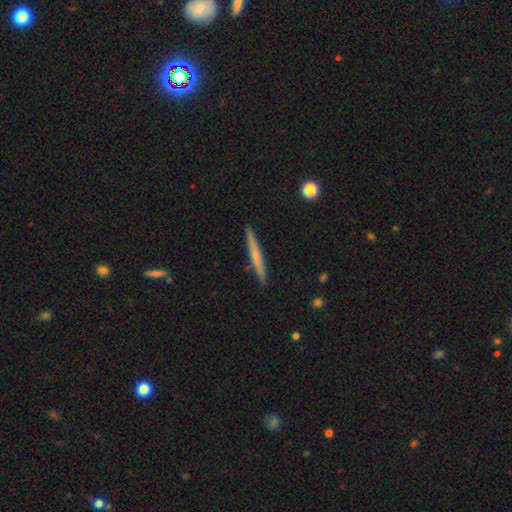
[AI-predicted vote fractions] Smooth or featured? smooth (51%)
How rounded? cigar-shaped (96%)
Merging? none (91%)